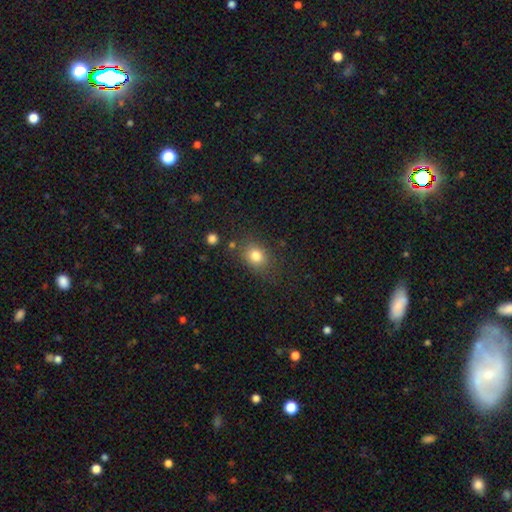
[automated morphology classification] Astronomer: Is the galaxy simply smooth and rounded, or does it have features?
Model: smooth — 81%.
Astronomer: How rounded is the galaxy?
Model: round — 53% (runner-up: in between, 46%).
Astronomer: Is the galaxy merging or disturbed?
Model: none — 74%.